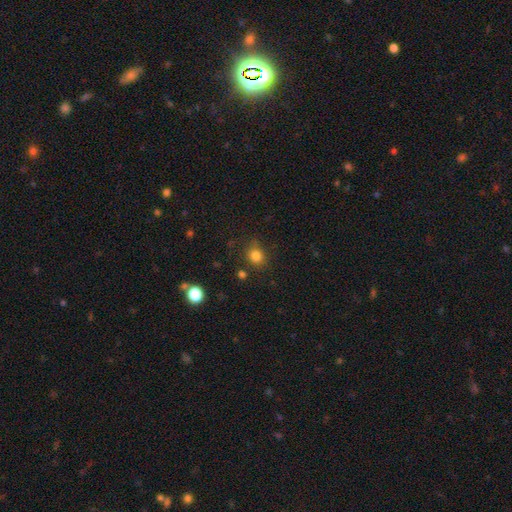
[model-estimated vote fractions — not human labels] This appears to be a smooth galaxy with no disk features (82%) that is round (78%). Merging: none (80%).